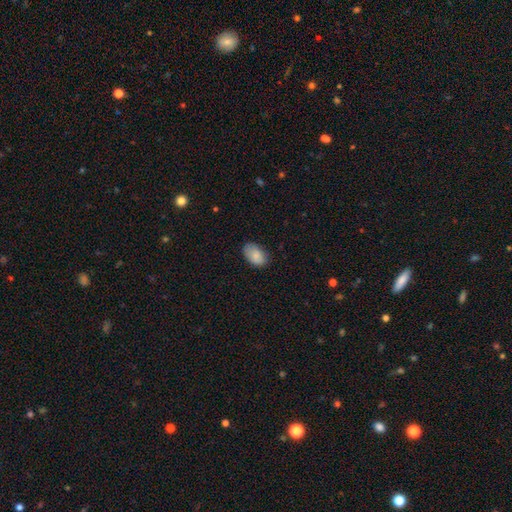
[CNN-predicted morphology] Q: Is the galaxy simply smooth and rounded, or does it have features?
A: smooth — 85%.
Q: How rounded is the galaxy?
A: in between — 91%.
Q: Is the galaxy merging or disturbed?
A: none — 75%.